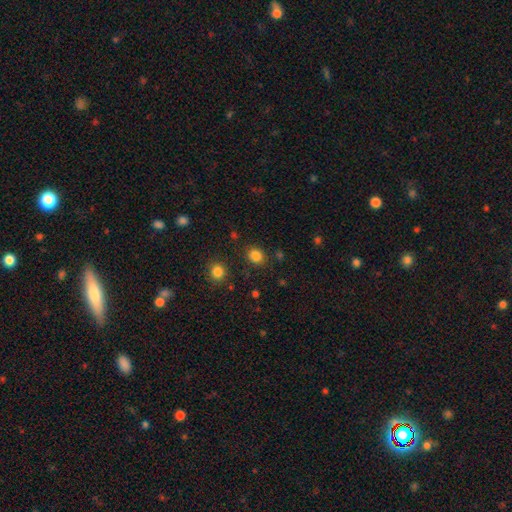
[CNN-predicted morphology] This is clearly a smooth galaxy (84%). How rounded: likely round (66%). Merging: clearly none (85%).